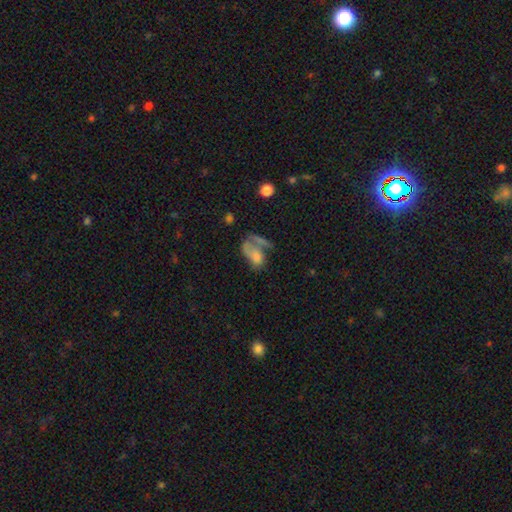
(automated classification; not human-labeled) This is marginally a featured or disk galaxy (45%). Merging: marginally major disturbance (33%).